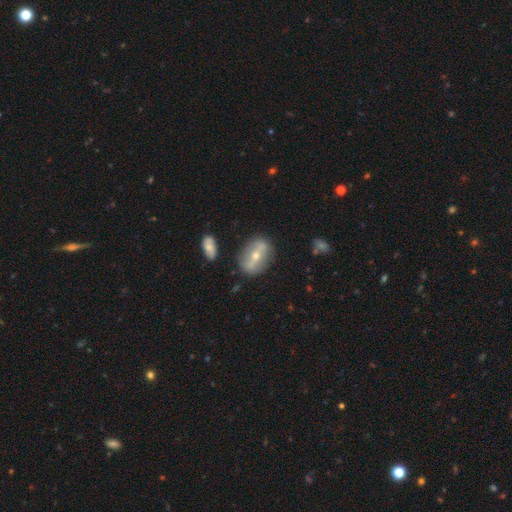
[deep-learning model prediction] Q: Smooth or featured?
A: featured or disk (65%); runner-up: smooth (28%)
Q: Edge-on disk?
A: no (79%); runner-up: yes (21%)
Q: Bar?
A: strong (67%); runner-up: weak (20%)
Q: Spiral arms?
A: no (64%); runner-up: yes (36%)
Q: Bulge size?
A: small (51%); runner-up: moderate (46%)
Q: Merging?
A: none (80%); runner-up: minor disturbance (13%)